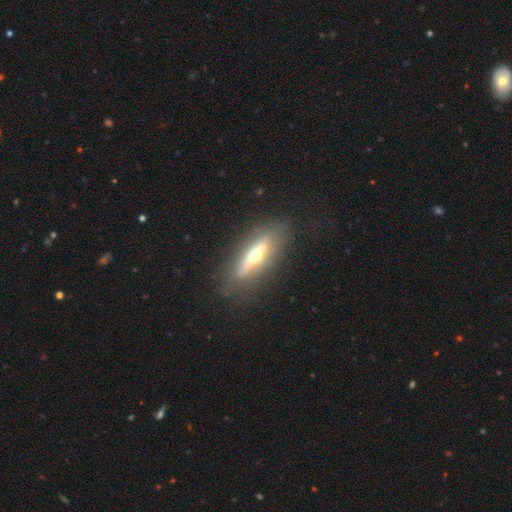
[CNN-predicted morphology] Q: Smooth or featured?
A: featured or disk (62%); runner-up: smooth (30%)
Q: Edge-on disk?
A: yes (80%); runner-up: no (20%)
Q: Merging?
A: none (79%); runner-up: minor disturbance (13%)